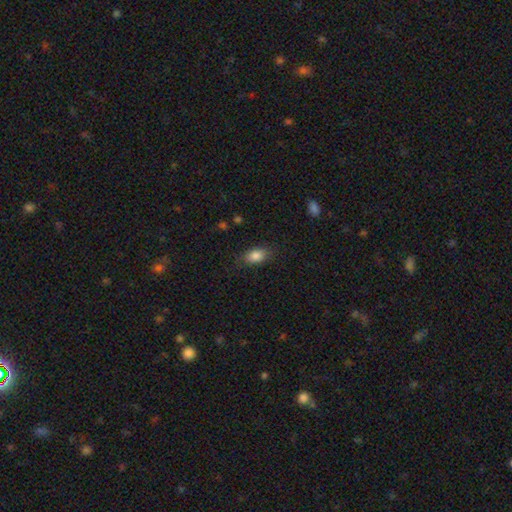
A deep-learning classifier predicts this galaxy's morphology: Smooth or featured? smooth (85%)
How rounded? in between (87%)
Merging? none (80%)